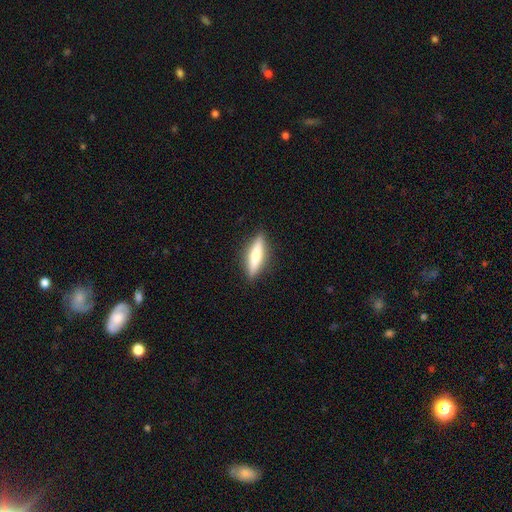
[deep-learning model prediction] Smooth or featured? smooth (56%)
How rounded? cigar-shaped (76%)
Merging? none (90%)